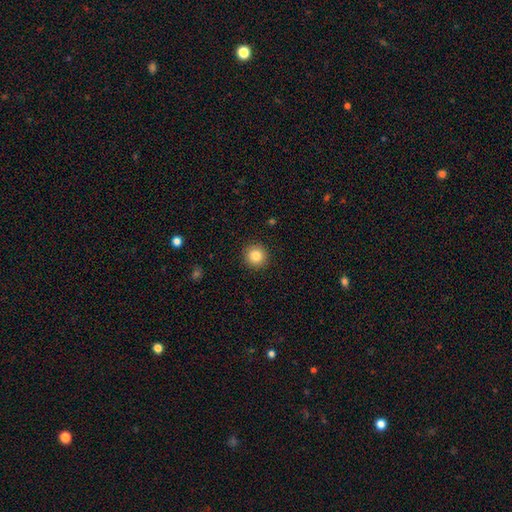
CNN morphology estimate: type=smooth (84%); roundness=round (93%); merging=none (92%).